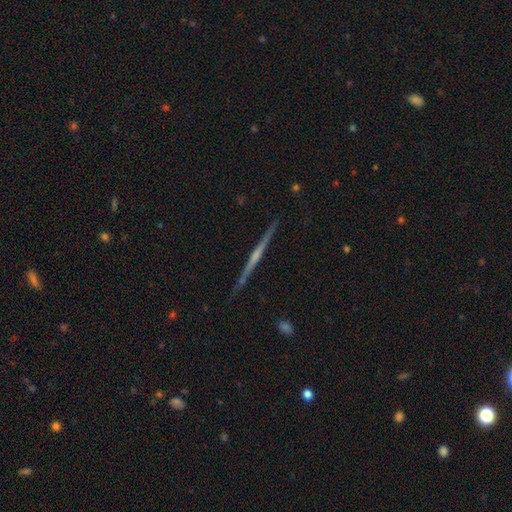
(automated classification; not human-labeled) This is likely a featured or disk galaxy (77%). It is clearly viewed edge-on (98%). Edge-on bulge: likely rounded (67%). Merging: clearly none (90%).